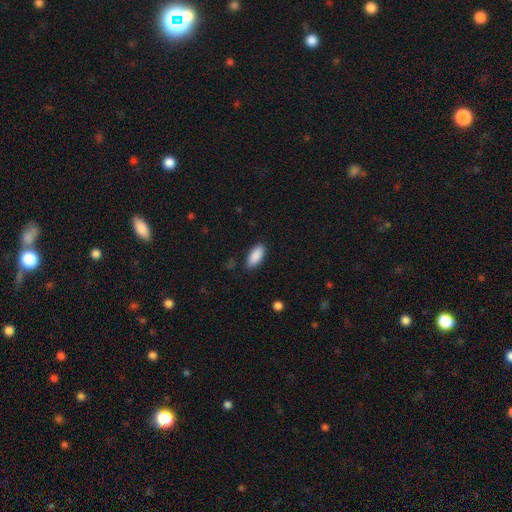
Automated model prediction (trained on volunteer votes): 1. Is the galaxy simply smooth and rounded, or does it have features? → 90% smooth, 7% star or artifact, 4% featured or disk.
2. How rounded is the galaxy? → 88% in between, 10% cigar-shaped, 2% round.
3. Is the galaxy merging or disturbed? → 84% none, 13% minor disturbance, 3% major disturbance, 1% merger.